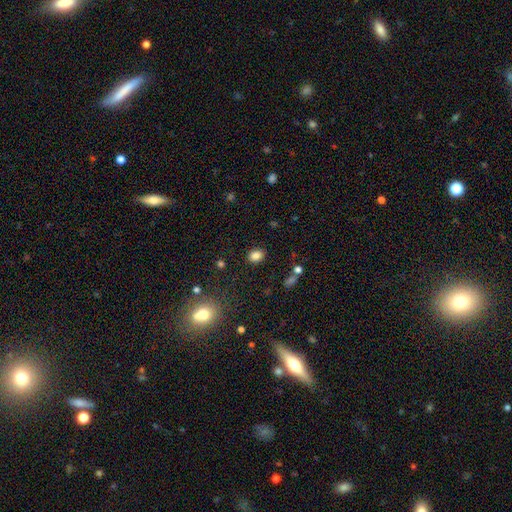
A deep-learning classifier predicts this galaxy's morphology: A smooth galaxy with no disk features (84%) that is in between round and cigar-shaped (61%). Merging: none (86%).